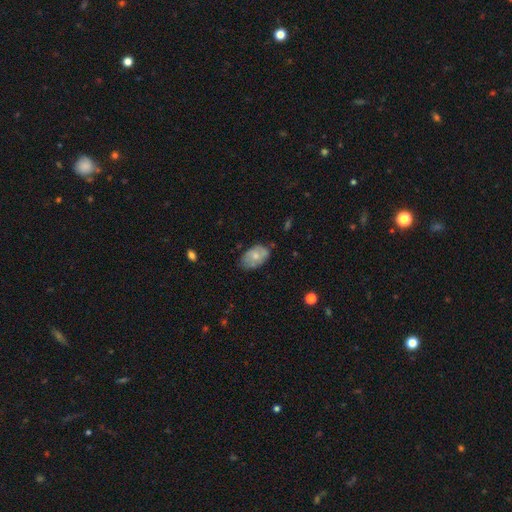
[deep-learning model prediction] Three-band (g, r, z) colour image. It shows a smooth galaxy with no disk features (60%) that is in between round and cigar-shaped (89%). Merging: none (65%).